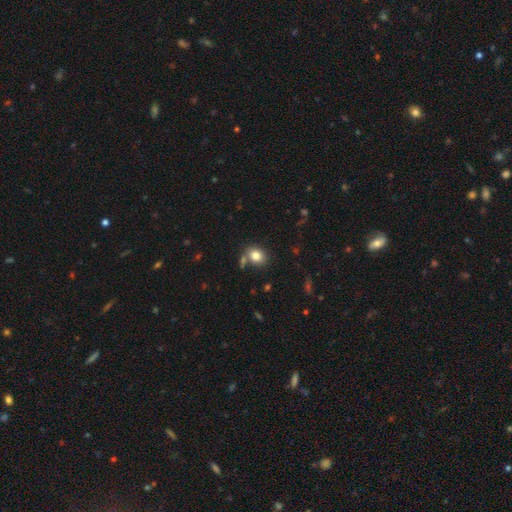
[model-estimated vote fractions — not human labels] This is clearly a smooth galaxy (81%). How rounded: possibly round (52%). Merging: likely none (71%).